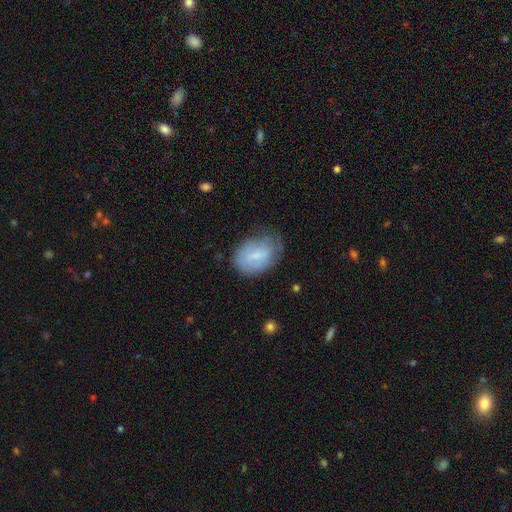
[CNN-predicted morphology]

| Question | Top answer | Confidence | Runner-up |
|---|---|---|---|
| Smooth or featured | smooth | 68% | featured or disk (24%) |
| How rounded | in between | 81% | round (18%) |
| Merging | none | 57% | minor disturbance (31%) |